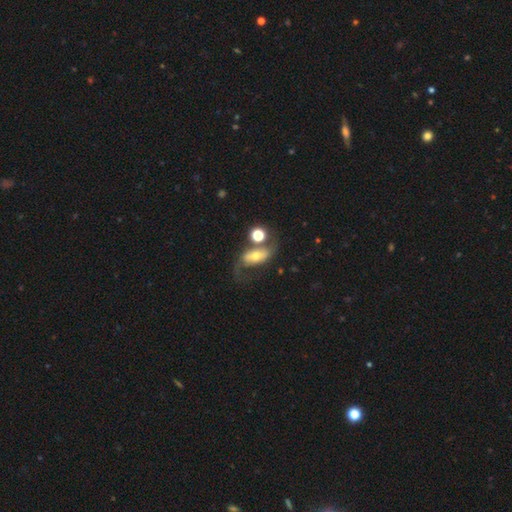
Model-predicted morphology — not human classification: This is possibly a featured or disk galaxy (59%). It is clearly not viewed edge-on (91%). Bar: marginally no (45%). Spiral arm pattern: likely yes (77%). Central bulge: possibly moderate (58%). Merging: marginally none (40%).